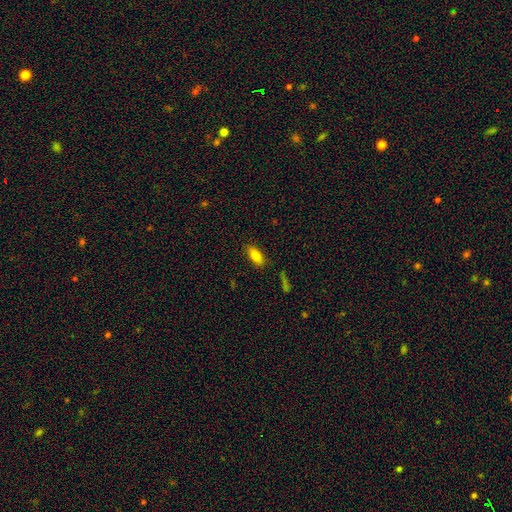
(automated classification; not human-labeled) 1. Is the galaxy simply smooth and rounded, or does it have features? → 82% smooth, 10% featured or disk, 9% star or artifact.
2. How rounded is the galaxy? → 84% in between, 13% cigar-shaped, 3% round.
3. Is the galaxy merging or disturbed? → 83% none, 11% minor disturbance, 3% major disturbance, 2% merger.